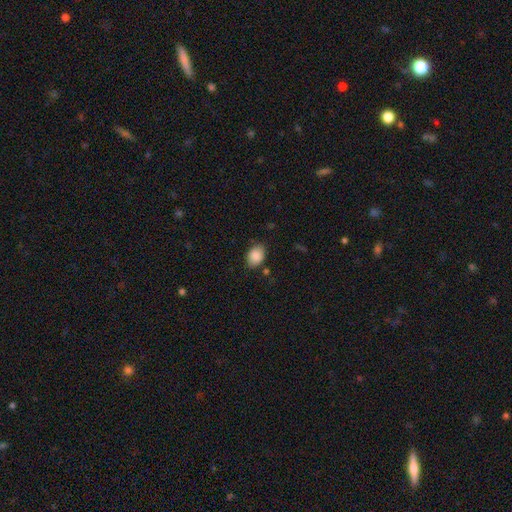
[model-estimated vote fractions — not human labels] Overall: smooth (88%). How rounded: in between (77%). Merging: none (80%).